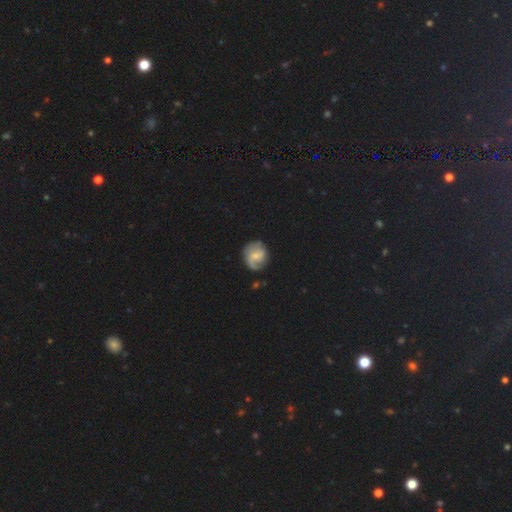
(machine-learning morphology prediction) A featured or disk galaxy (64%) with a weak bar (51%), 2 (59%) medium (41%) spiral arms (89%) and a small central bulge (49%).

Vote fractions:
- Smooth or featured? featured or disk: 64% / smooth: 30% / star or artifact: 6%
- Edge-on disk? no: 98% / yes: 2%
- Bar? weak: 51% / no: 38% / strong: 11%
- Spiral arms? yes: 89% / no: 11%
- Spiral winding? medium: 41% / tight: 32% / loose: 27%
- Spiral arm count? 2: 59% / 1: 21% / can't tell: 14% / 3: 4% / 4: 1% / more than 4: 1%
- Bulge size? small: 49% / moderate: 33% / none: 14% / large: 4% / dominant: 1%
- Merging? none: 69% / minor disturbance: 20% / major disturbance: 8% / merger: 2%